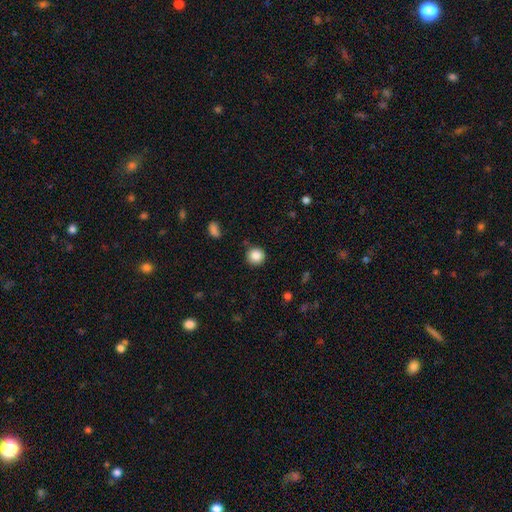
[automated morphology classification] A smooth galaxy with no disk features (87%) that is round (94%).

Vote fractions:
- Smooth or featured? smooth: 87% / star or artifact: 9% / featured or disk: 4%
- How rounded? round: 94% / in between: 5% / cigar-shaped: 1%
- Merging? none: 88% / minor disturbance: 8% / major disturbance: 3% / merger: 2%